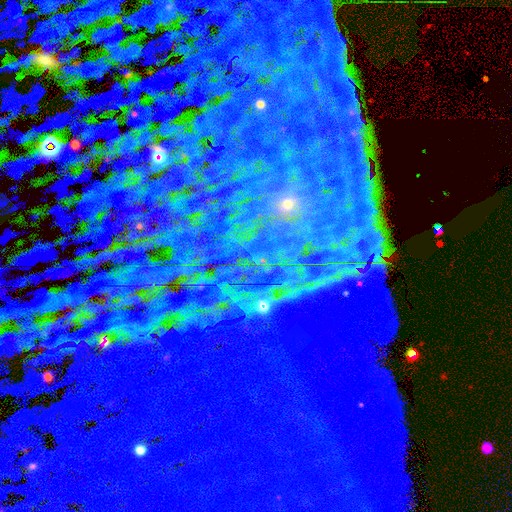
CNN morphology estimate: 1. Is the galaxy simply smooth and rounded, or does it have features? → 72% star or artifact, 17% featured or disk, 11% smooth.